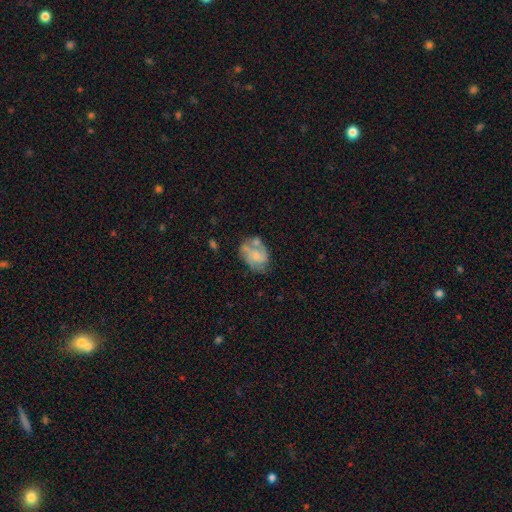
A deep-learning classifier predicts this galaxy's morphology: A featured or disk galaxy (52%) with no bar (74%), spiral arms (65%) and a small central bulge (51%). Merging: none (41%).